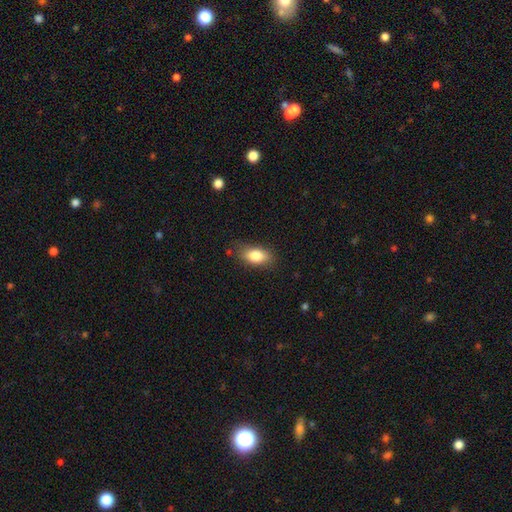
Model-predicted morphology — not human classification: type=smooth (82%); roundness=in between (87%); merging=none (78%).